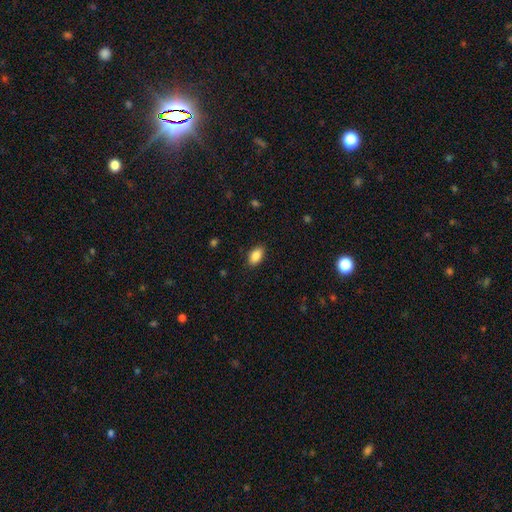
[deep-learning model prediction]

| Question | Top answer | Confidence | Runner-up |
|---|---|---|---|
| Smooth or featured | smooth | 87% | star or artifact (8%) |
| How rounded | in between | 92% | round (6%) |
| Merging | none | 87% | minor disturbance (10%) |